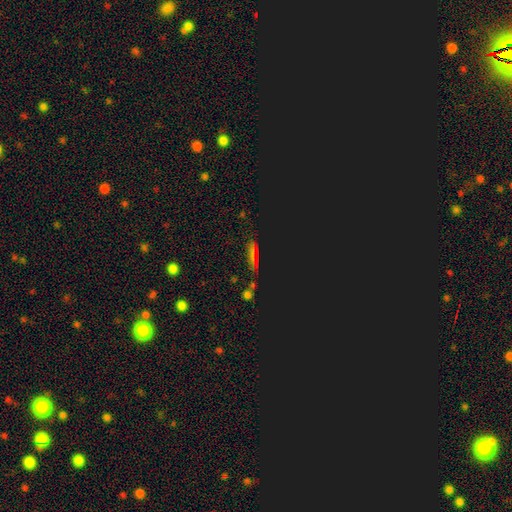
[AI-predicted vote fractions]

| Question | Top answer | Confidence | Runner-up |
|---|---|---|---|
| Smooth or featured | star or artifact | 56% | smooth (34%) |